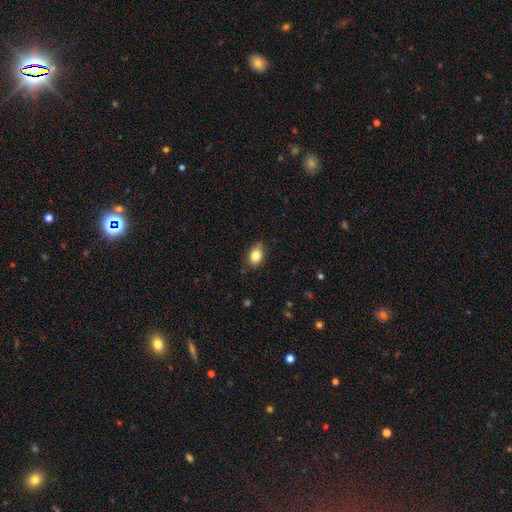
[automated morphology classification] Smooth or featured?
  - smooth: 82% *
  - featured or disk: 10%
  - star or artifact: 9%
How rounded?
  - in between: 78% *
  - round: 20%
  - cigar-shaped: 2%
Merging?
  - none: 73% *
  - minor disturbance: 22%
  - major disturbance: 4%
  - merger: 1%